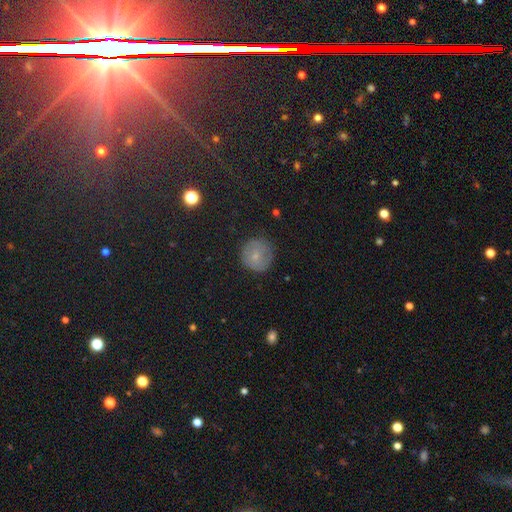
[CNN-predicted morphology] smooth_or_featured: smooth (p=0.67) [alt: featured or disk p=0.19]
how_rounded: round (p=0.94) [alt: in between p=0.05]
merging: none (p=0.84) [alt: minor disturbance p=0.12]